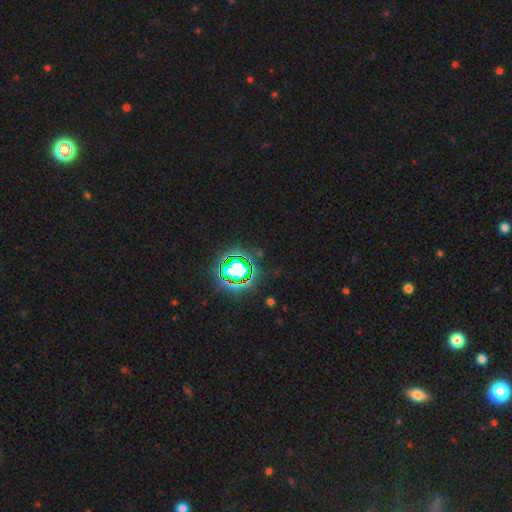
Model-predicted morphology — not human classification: star or artifact 83%, smooth 11%, featured or disk 6%.